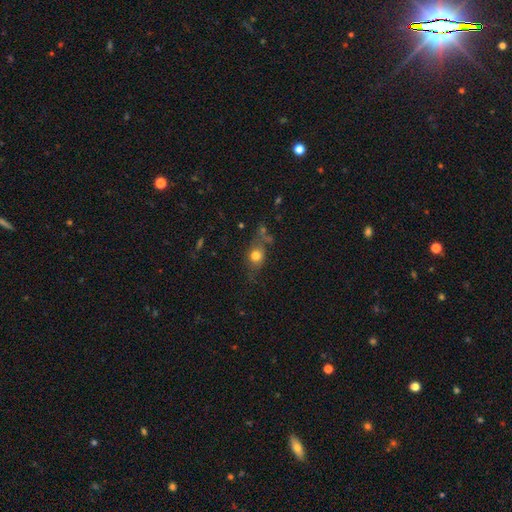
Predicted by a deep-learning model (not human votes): Smooth or featured?
  - smooth: 73% *
  - featured or disk: 15%
  - star or artifact: 13%
How rounded?
  - round: 56% *
  - in between: 41%
  - cigar-shaped: 3%
Merging?
  - none: 58% *
  - minor disturbance: 22%
  - major disturbance: 12%
  - merger: 8%